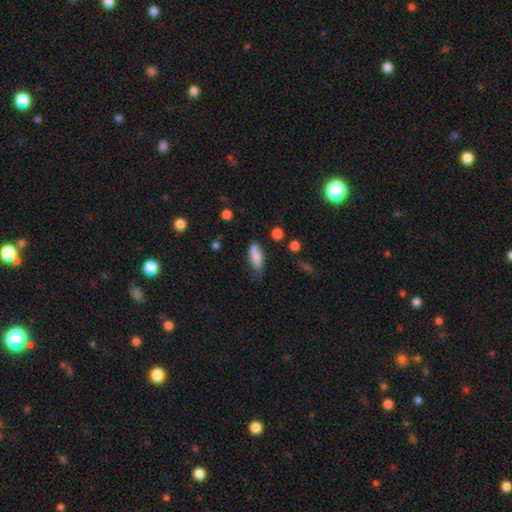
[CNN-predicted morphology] Smooth or featured? smooth (84%)
How rounded? in between (73%)
Merging? none (55%)